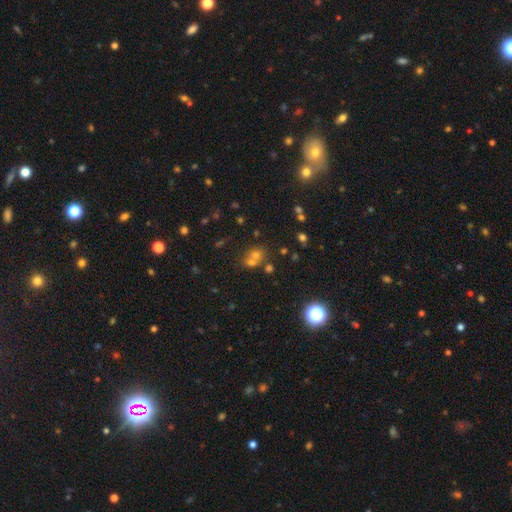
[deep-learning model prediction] Morphology: type=smooth (53%); roundness=round (76%); merging=merger (48%).